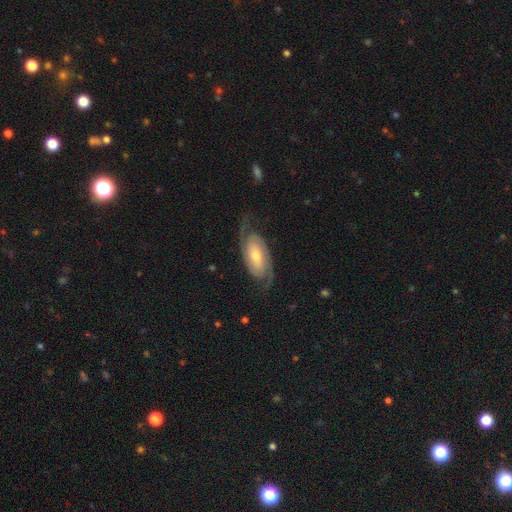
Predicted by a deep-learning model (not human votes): Smooth or featured?
  - featured or disk: 85% *
  - smooth: 10%
  - star or artifact: 5%
Edge-on disk?
  - no: 95% *
  - yes: 5%
Bar?
  - no: 55% *
  - weak: 31%
  - strong: 14%
Spiral arms?
  - yes: 97% *
  - no: 3%
Spiral winding?
  - medium: 42% *
  - tight: 39%
  - loose: 19%
Spiral arm count?
  - 2: 90% *
  - can't tell: 4%
  - 3: 2%
  - 1: 1%
  - 4: 1%
  - more than 4: 1%
Bulge size?
  - small: 47% *
  - moderate: 43%
  - large: 6%
  - none: 3%
  - dominant: 2%
Merging?
  - none: 76% *
  - minor disturbance: 14%
  - major disturbance: 9%
  - merger: 1%